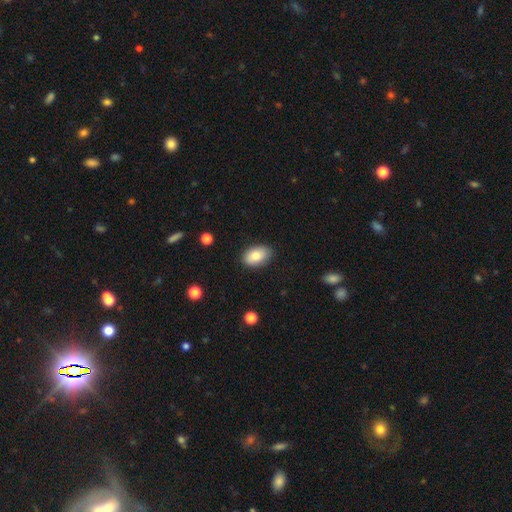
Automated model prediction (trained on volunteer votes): smooth_or_featured: smooth (p=0.79) [alt: featured or disk p=0.13]
how_rounded: in between (p=0.90) [alt: round p=0.09]
merging: none (p=0.86) [alt: minor disturbance p=0.11]